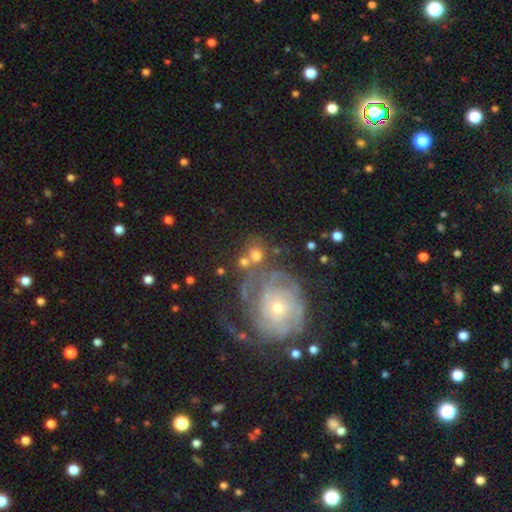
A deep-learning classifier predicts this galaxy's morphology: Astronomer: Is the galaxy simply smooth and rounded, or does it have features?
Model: featured or disk — 51% (runner-up: smooth, 35%).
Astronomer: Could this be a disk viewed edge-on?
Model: no — 96%.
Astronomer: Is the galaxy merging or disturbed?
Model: none — 55%.